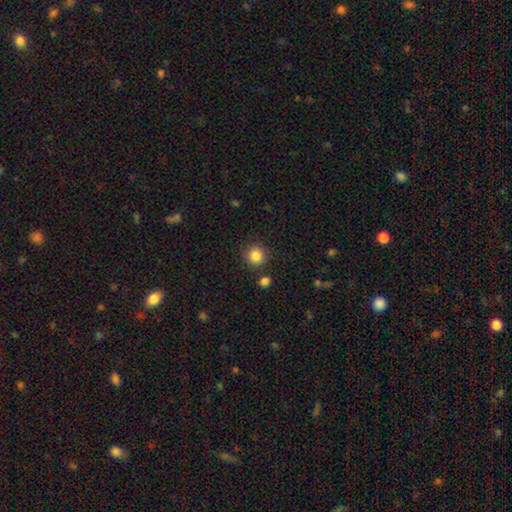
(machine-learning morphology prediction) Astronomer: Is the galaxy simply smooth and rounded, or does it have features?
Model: smooth — 85%.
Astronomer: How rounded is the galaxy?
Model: round — 93%.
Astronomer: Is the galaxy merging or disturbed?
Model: none — 86%.